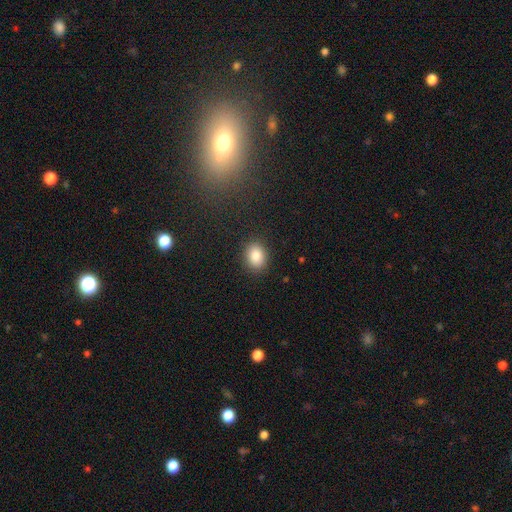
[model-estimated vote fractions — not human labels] The model was most divided on "how rounded": in between: 55%, round: 44%, cigar-shaped: 1%. More confident: merging — none (88%); smooth or featured — smooth (86%).